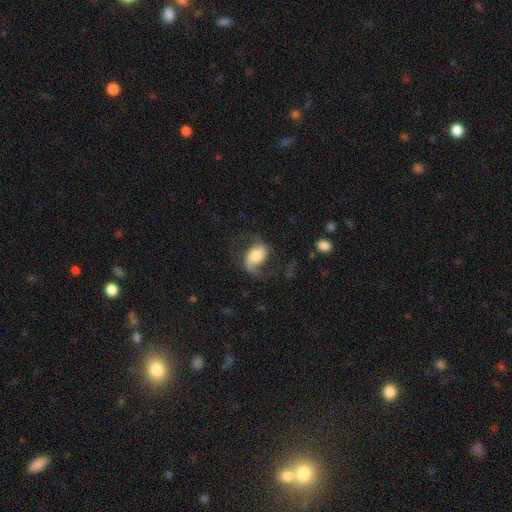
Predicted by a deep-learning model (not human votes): Smooth or featured? Predicted: featured or disk (p=0.73). Edge-on disk? Predicted: no (p=0.97). Bar? Predicted: no (p=0.46). Spiral arms? Predicted: yes (p=0.93). Spiral winding? Predicted: loose (p=0.58). Spiral arm count? Predicted: 2 (p=0.79). Bulge size? Predicted: moderate (p=0.54). Merging? Predicted: none (p=0.58).